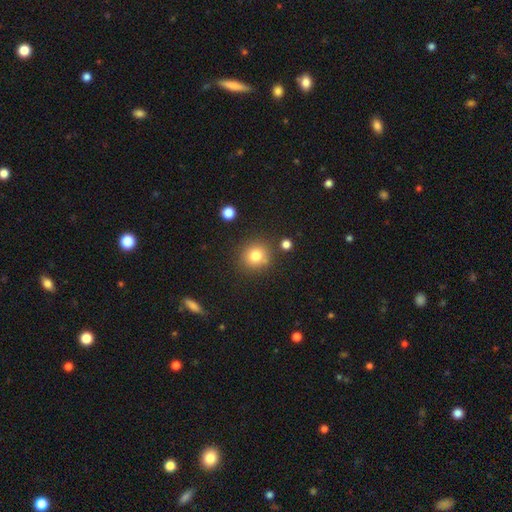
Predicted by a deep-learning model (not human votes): Morphology: type=smooth (80%); roundness=round (88%); merging=none (81%).